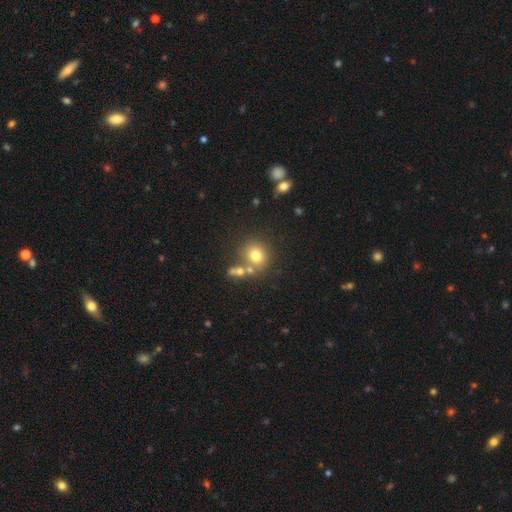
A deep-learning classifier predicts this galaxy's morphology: Smooth or featured? Predicted: smooth (p=0.74). How rounded? Predicted: round (p=0.83). Merging? Predicted: none (p=0.64).